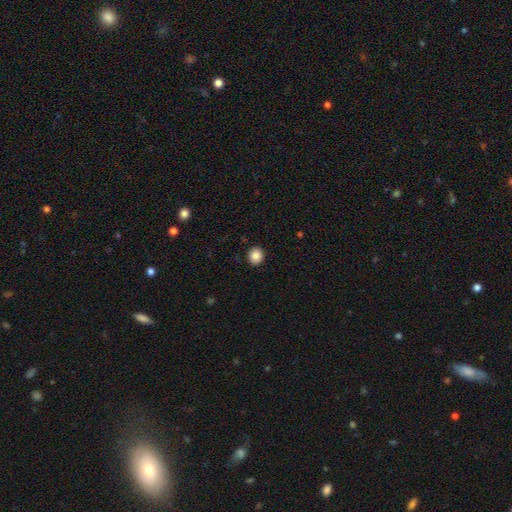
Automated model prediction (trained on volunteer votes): smooth-or-featured: smooth: 87% | star or artifact: 9% | featured or disk: 4%
  how-rounded: round: 84% | in between: 15% | cigar-shaped: 1%
  merging: none: 92% | minor disturbance: 5% | major disturbance: 2% | merger: 1%